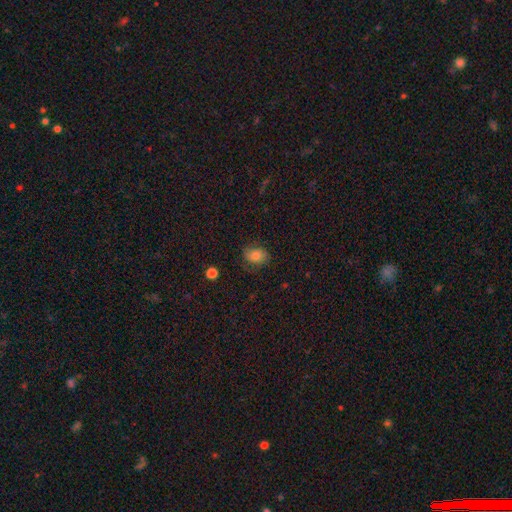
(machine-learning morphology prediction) smooth_or_featured: smooth (p=0.71) [alt: featured or disk p=0.18]
how_rounded: in between (p=0.64) [alt: round p=0.34]
merging: none (p=0.68) [alt: minor disturbance p=0.22]